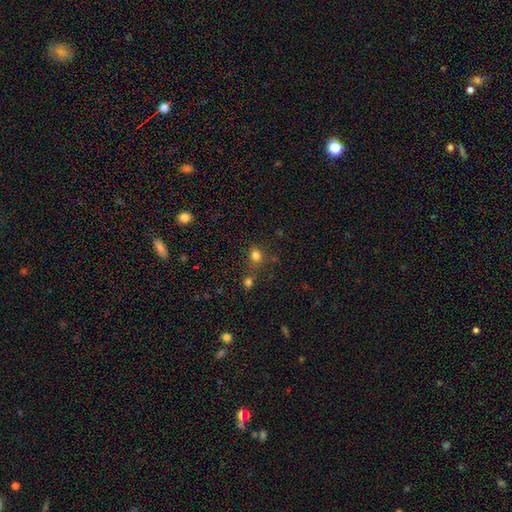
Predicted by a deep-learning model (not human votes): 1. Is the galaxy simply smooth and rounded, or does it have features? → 79% smooth, 16% star or artifact, 6% featured or disk.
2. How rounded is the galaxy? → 69% round, 29% in between, 1% cigar-shaped.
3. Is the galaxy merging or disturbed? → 66% none, 17% merger, 12% minor disturbance, 5% major disturbance.